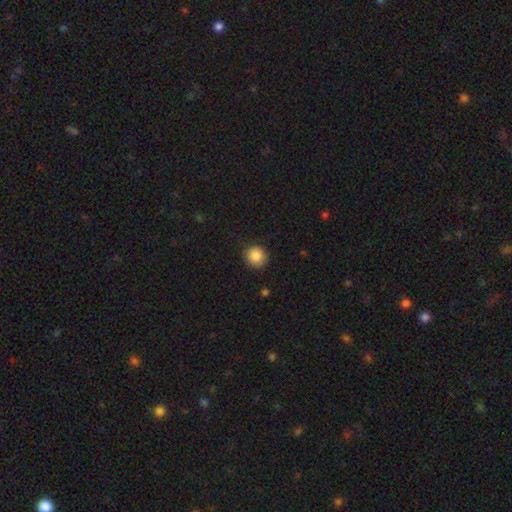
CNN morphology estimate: A smooth galaxy with no disk features (88%) that is round (89%).

Vote fractions:
- Smooth or featured? smooth: 88% / star or artifact: 9% / featured or disk: 3%
- How rounded? round: 89% / in between: 10% / cigar-shaped: 1%
- Merging? none: 89% / minor disturbance: 8% / major disturbance: 2% / merger: 1%